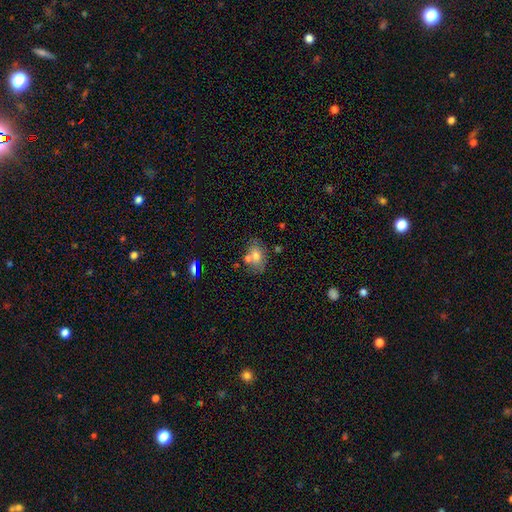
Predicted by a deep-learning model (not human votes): This is likely a smooth galaxy (67%). How rounded: likely in between (77%). Merging: possibly none (56%).